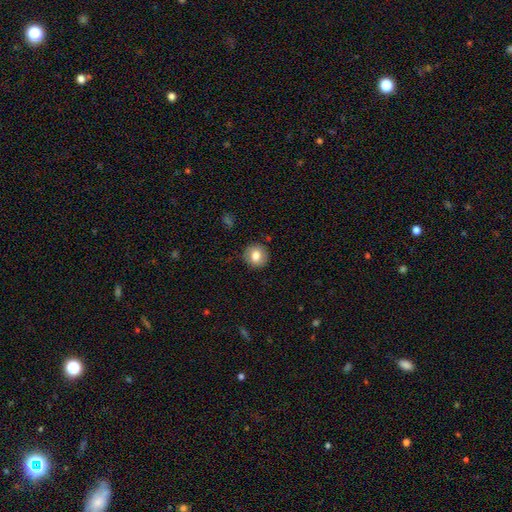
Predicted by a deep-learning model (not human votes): The model was most divided on "smooth or featured": smooth: 80%, featured or disk: 12%, star or artifact: 9%. More confident: how rounded — round (89%); merging — none (87%).